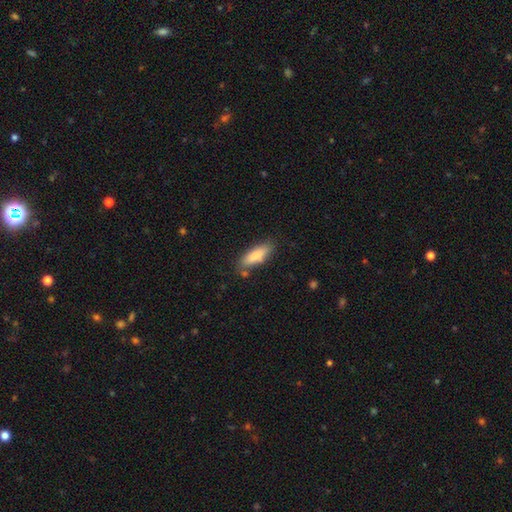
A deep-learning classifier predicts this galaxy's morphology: Smooth or featured: smooth — 83% (featured or disk — 11%)
How rounded: in between — 53% (cigar-shaped — 46%)
Merging: none — 75% (minor disturbance — 16%)